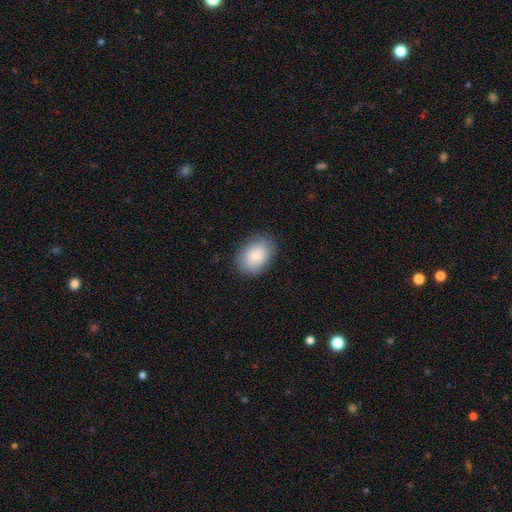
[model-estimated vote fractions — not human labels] Smooth or featured: smooth — 84% (featured or disk — 10%)
How rounded: in between — 80% (round — 19%)
Merging: none — 84% (minor disturbance — 12%)